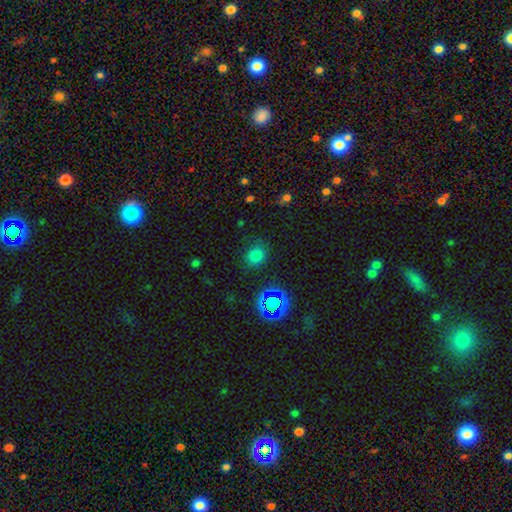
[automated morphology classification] smooth-or-featured: smooth: 73% | star or artifact: 22% | featured or disk: 6%
  how-rounded: round: 71% | in between: 28% | cigar-shaped: 1%
  merging: none: 79% | minor disturbance: 14% | major disturbance: 5% | merger: 2%